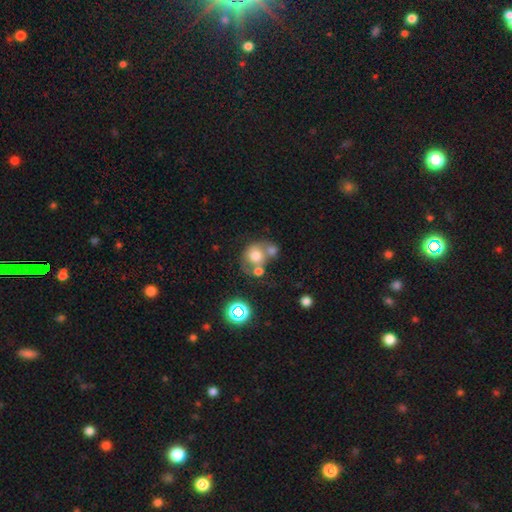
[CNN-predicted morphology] type=smooth (65%); roundness=round (74%); merging=merger (45%).